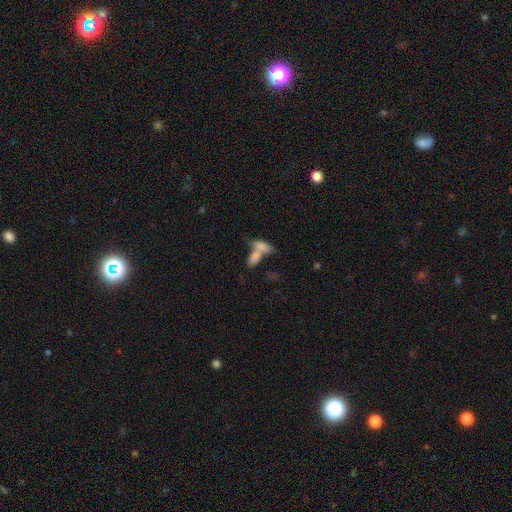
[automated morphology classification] smooth-or-featured: smooth: 73% | featured or disk: 16% | star or artifact: 11%
  how-rounded: in between: 75% | cigar-shaped: 19% | round: 6%
  merging: merger: 62% | none: 26% | minor disturbance: 7% | major disturbance: 5%